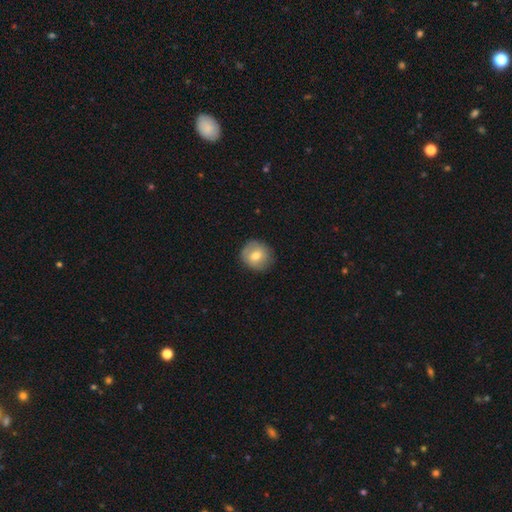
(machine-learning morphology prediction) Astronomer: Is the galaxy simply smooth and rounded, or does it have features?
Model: smooth — 71%.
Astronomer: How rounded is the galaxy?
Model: round — 88%.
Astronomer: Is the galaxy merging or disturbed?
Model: none — 83%.